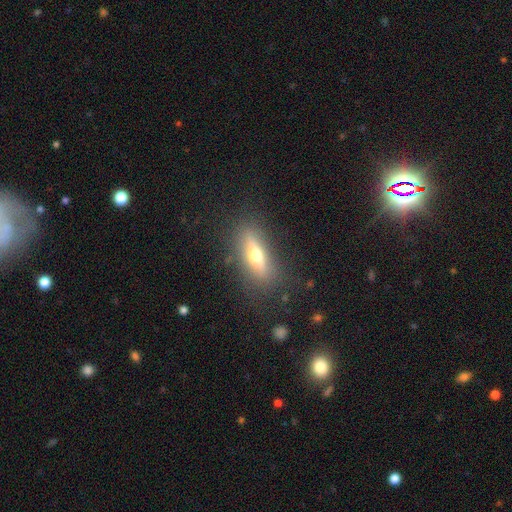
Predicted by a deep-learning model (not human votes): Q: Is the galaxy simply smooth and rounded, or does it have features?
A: smooth — 50%.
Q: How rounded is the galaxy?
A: in between — 53%.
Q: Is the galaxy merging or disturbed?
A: none — 83%.